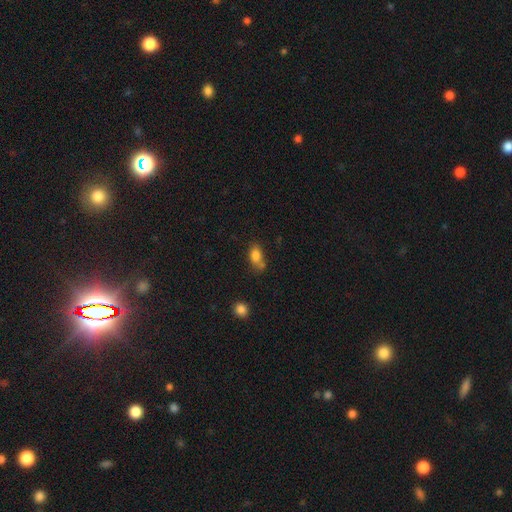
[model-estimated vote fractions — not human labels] Smooth or featured? smooth (81%)
How rounded? in between (81%)
Merging? none (48%)